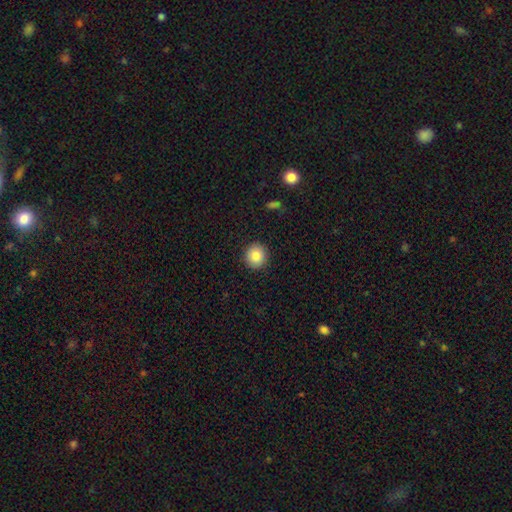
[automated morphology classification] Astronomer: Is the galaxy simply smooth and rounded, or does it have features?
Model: smooth — 85%.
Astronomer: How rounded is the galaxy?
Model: round — 90%.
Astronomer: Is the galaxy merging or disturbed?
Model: none — 91%.